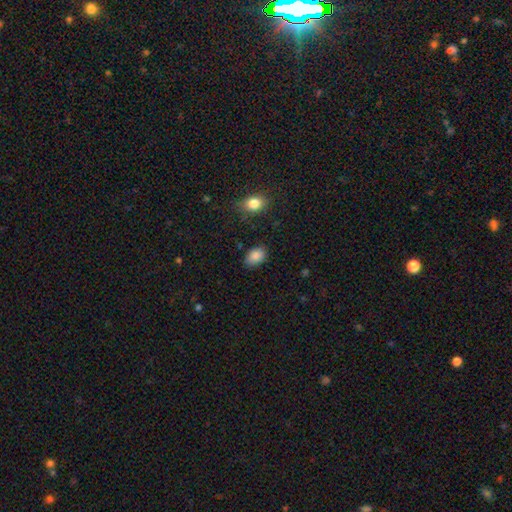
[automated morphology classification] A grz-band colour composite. It shows a smooth galaxy with no disk features (87%) that is in between round and cigar-shaped (82%). Merging: none (82%).